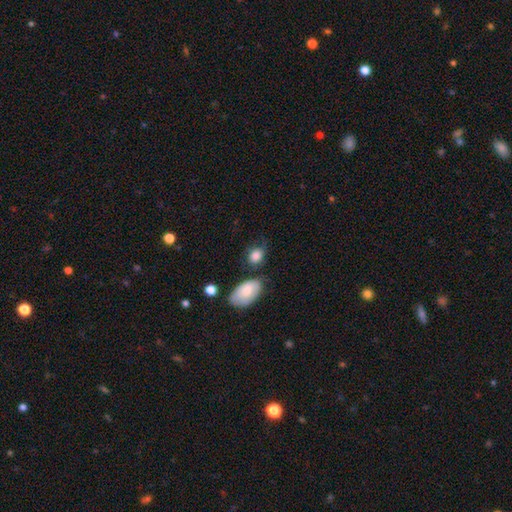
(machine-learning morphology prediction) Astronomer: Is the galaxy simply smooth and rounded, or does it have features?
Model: smooth — 84%.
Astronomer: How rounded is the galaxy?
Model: in between — 62%.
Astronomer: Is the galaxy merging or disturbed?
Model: none — 54%.